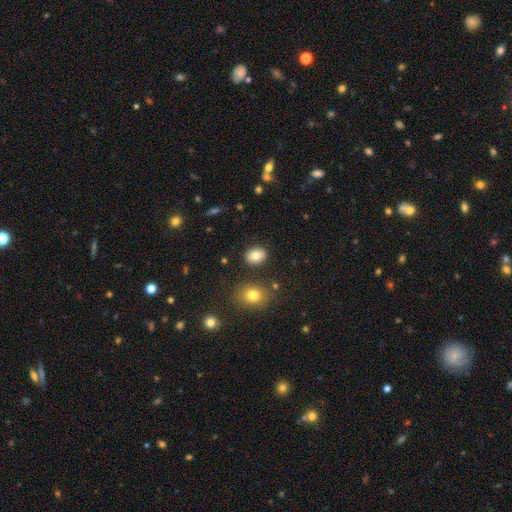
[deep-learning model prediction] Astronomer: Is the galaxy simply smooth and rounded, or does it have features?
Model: smooth — 80%.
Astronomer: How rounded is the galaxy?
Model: in between — 52% (runner-up: round, 47%).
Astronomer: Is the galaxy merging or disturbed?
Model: none — 86%.